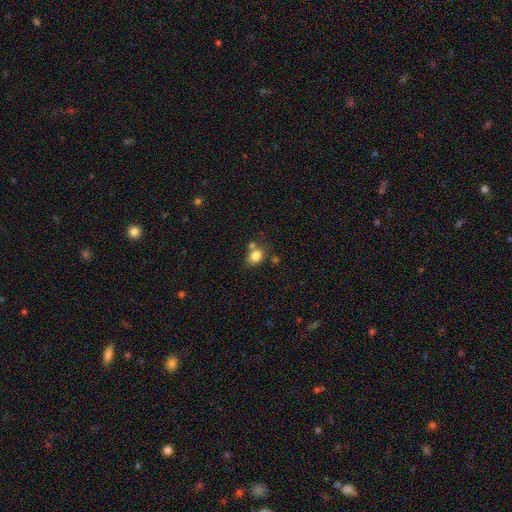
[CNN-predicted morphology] smooth 81%, star or artifact 10%, featured or disk 8%. Down the decision tree: how rounded — in between (59%); merging — none (58%).